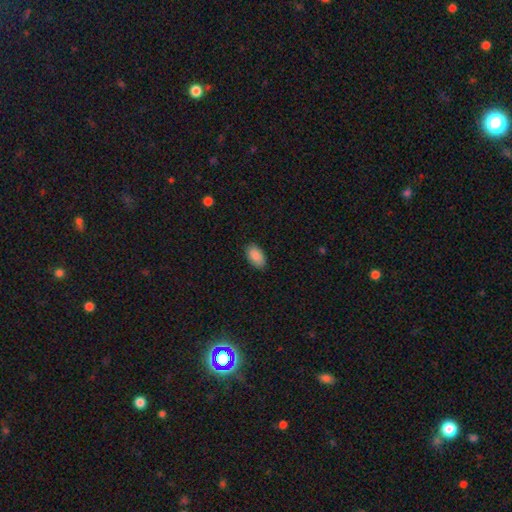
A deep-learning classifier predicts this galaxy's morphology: This appears to be a smooth galaxy with no disk features (90%) that is in between round and cigar-shaped (94%). Merging: none (85%).